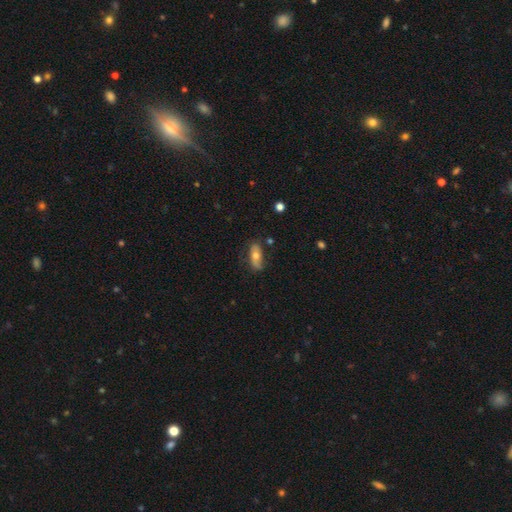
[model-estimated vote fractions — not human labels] This appears to be a smooth galaxy with no disk features (60%) that is in between round and cigar-shaped (74%). Merging: none (70%).